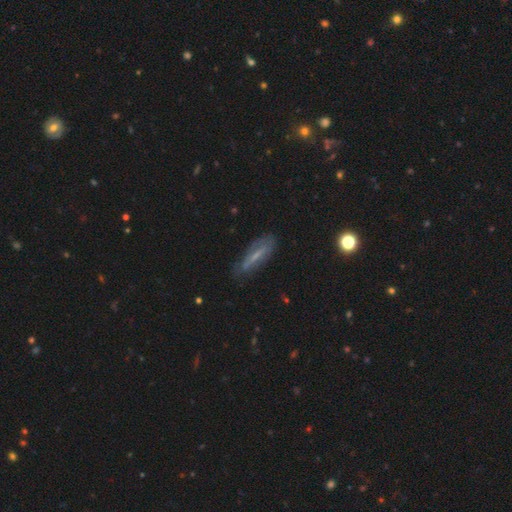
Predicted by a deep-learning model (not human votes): Q: Smooth or featured?
A: featured or disk (50%); runner-up: smooth (39%)
Q: Edge-on disk?
A: no (59%); runner-up: yes (41%)
Q: Merging?
A: none (68%); runner-up: minor disturbance (23%)